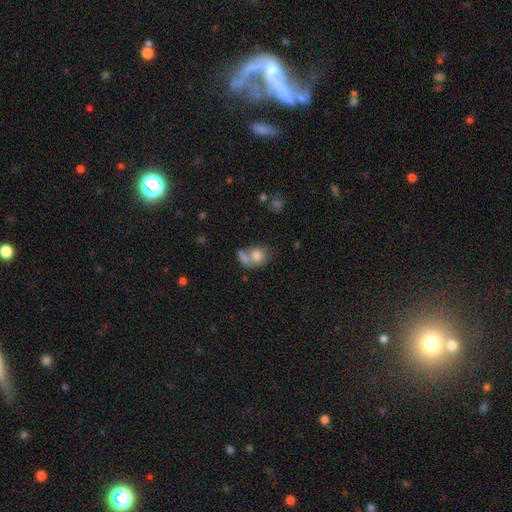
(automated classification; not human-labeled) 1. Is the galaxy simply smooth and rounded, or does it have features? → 72% smooth, 16% featured or disk, 12% star or artifact.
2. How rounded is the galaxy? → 63% round, 35% in between, 2% cigar-shaped.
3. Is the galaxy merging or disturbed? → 39% none, 37% merger, 13% minor disturbance, 11% major disturbance.